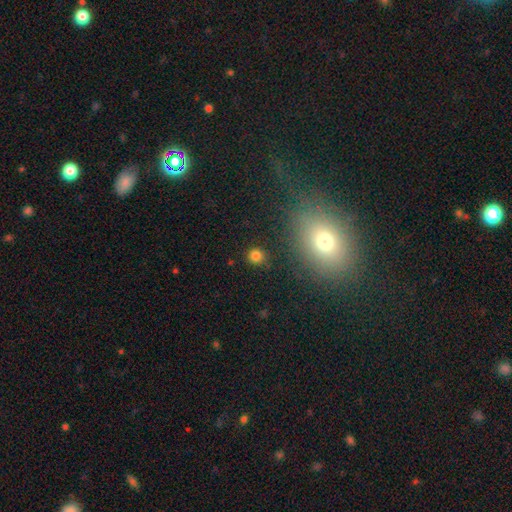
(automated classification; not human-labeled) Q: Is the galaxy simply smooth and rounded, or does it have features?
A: smooth — 81%.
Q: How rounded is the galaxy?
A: round — 89%.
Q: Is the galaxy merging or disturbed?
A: none — 89%.